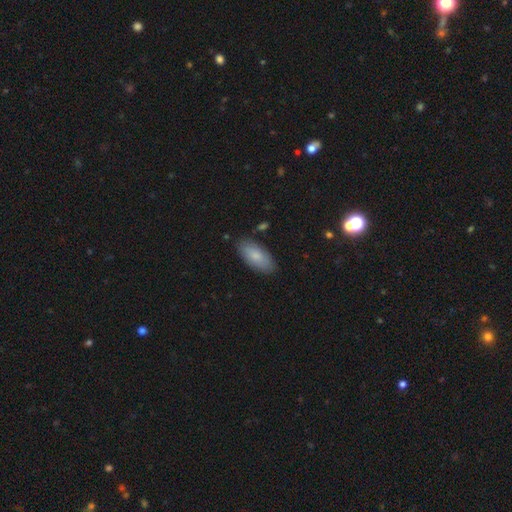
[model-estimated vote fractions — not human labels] This is clearly a smooth galaxy (83%). How rounded: clearly in between (89%). Merging: clearly none (84%).